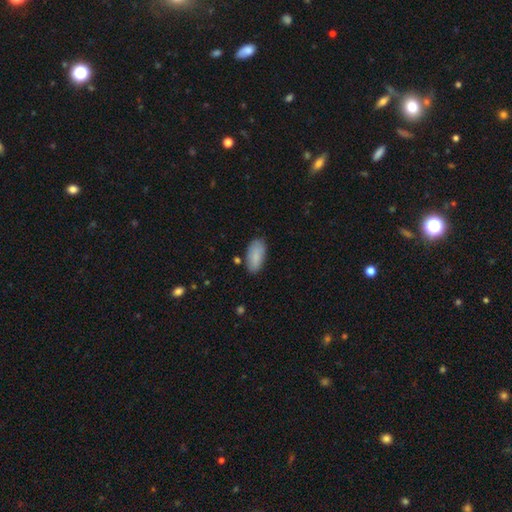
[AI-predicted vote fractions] Smooth or featured? Predicted: smooth (p=0.87). How rounded? Predicted: in between (p=0.91). Merging? Predicted: none (p=0.81).